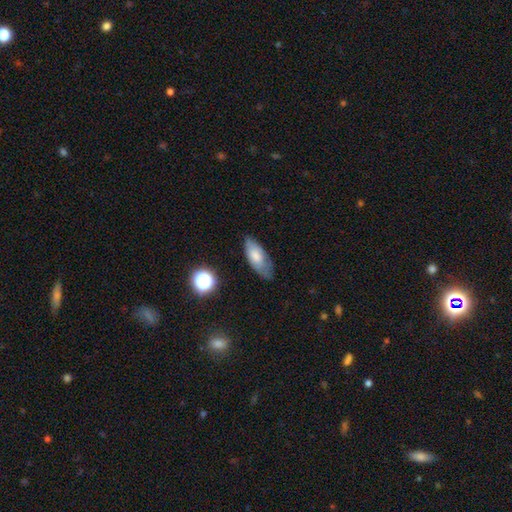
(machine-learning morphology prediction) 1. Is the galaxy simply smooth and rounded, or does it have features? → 70% smooth, 22% featured or disk, 8% star or artifact.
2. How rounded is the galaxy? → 83% in between, 14% cigar-shaped, 3% round.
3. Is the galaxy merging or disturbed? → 63% none, 28% minor disturbance, 7% major disturbance, 2% merger.